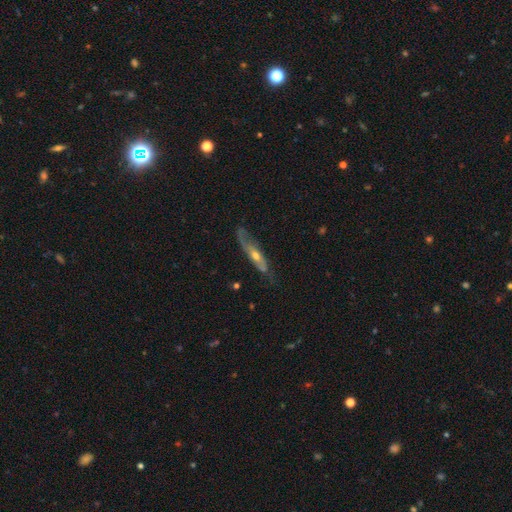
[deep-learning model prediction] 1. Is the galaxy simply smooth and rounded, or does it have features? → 72% featured or disk, 21% smooth, 7% star or artifact.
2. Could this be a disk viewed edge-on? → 57% yes, 43% no.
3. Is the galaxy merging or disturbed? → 68% none, 22% minor disturbance, 8% major disturbance, 2% merger.